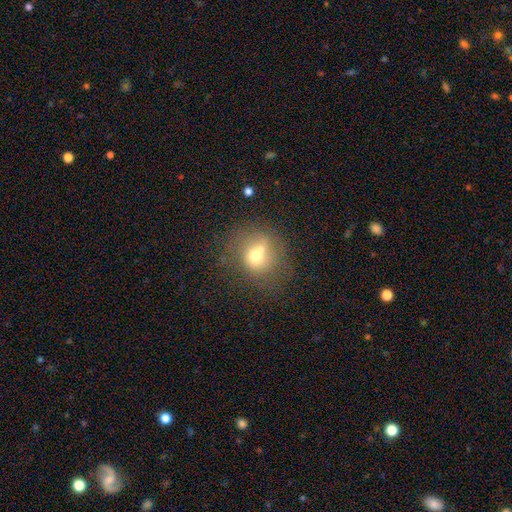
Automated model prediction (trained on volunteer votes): This is likely a smooth galaxy (62%). How rounded: clearly round (82%). Merging: marginally none (43%).